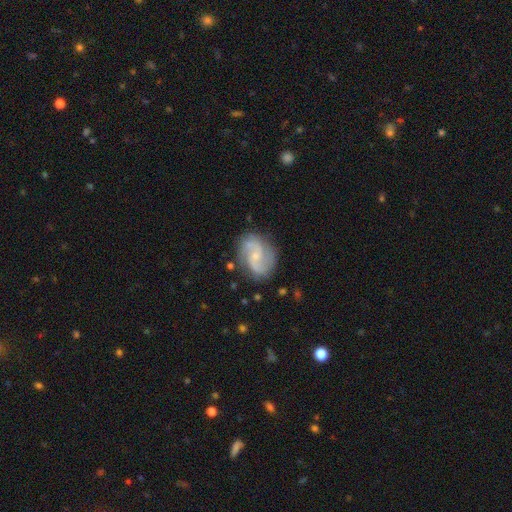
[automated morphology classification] A featured or disk galaxy (83%) with no bar (48%), 2 (89%) medium (46%) spiral arms (96%) and a small central bulge (68%).

Vote fractions:
- Smooth or featured? featured or disk: 83% / smooth: 11% / star or artifact: 5%
- Edge-on disk? no: 98% / yes: 2%
- Bar? no: 48% / weak: 43% / strong: 9%
- Spiral arms? yes: 96% / no: 4%
- Spiral winding? medium: 46% / loose: 39% / tight: 15%
- Spiral arm count? 2: 89% / can't tell: 4% / 3: 2% / 1: 2% / 4: 1% / more than 4: 1%
- Bulge size? small: 68% / moderate: 23% / none: 6% / large: 1% / dominant: 1%
- Merging? none: 79% / minor disturbance: 14% / major disturbance: 5% / merger: 2%